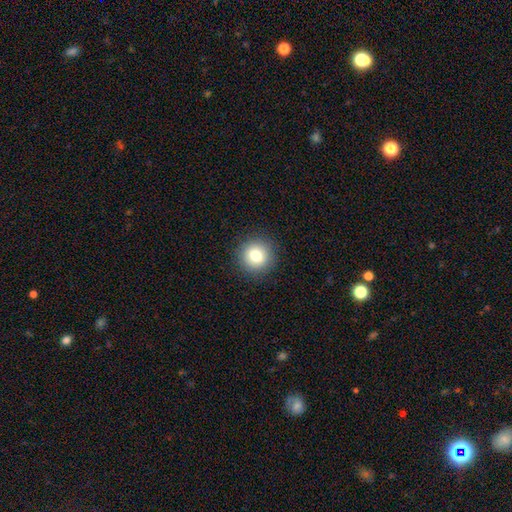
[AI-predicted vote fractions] This is likely a smooth galaxy (80%). How rounded: clearly round (93%). Merging: clearly none (91%).